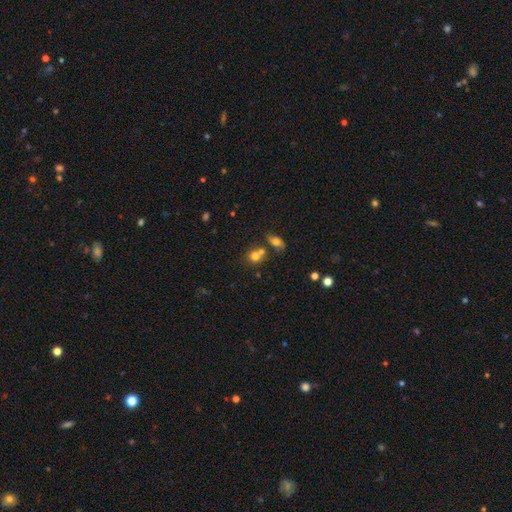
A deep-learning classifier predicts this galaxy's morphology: smooth-or-featured: smooth: 74% | star or artifact: 13% | featured or disk: 12%
  how-rounded: round: 74% | in between: 24% | cigar-shaped: 1%
  merging: none: 47% | merger: 39% | minor disturbance: 10% | major disturbance: 4%